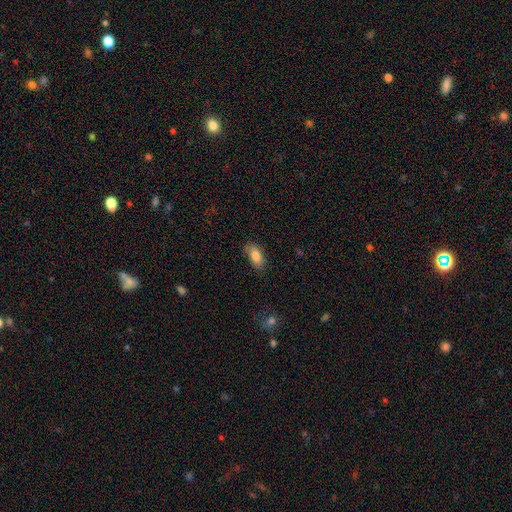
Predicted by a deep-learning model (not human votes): Smooth or featured?
  - smooth: 83% *
  - featured or disk: 9%
  - star or artifact: 7%
How rounded?
  - in between: 91% *
  - cigar-shaped: 6%
  - round: 3%
Merging?
  - none: 74% *
  - minor disturbance: 20%
  - major disturbance: 4%
  - merger: 2%